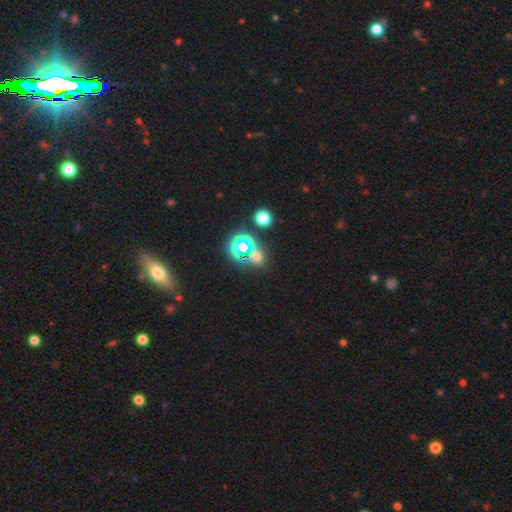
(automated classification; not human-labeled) Smooth or featured? star or artifact (56%)